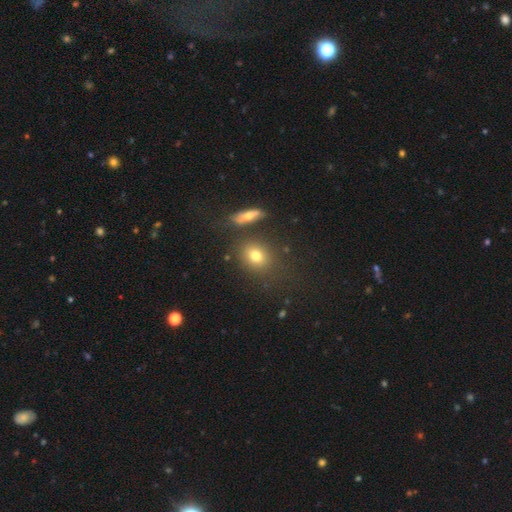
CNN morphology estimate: This appears to be a smooth galaxy with no disk features (75%) that is in between round and cigar-shaped (50%). Merging: none (73%).